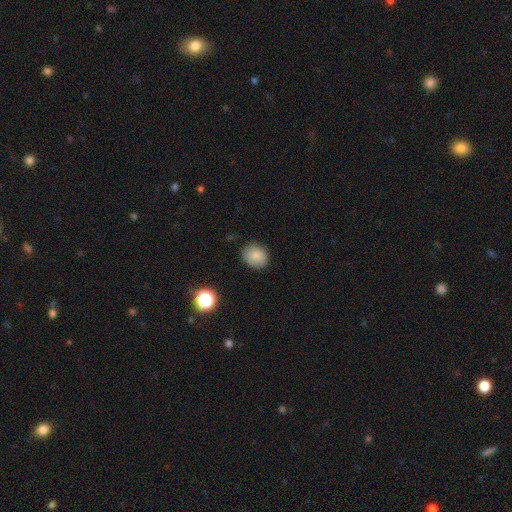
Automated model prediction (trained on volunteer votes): smooth 85%, star or artifact 10%, featured or disk 5%. Down the decision tree: how rounded — round (61%); merging — none (83%).